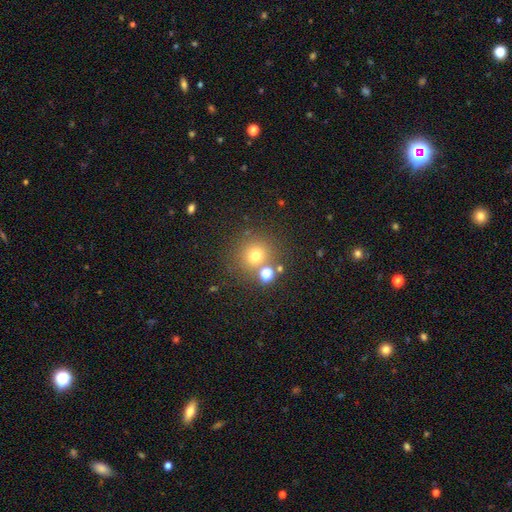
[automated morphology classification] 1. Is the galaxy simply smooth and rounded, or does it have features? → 72% smooth, 18% star or artifact, 10% featured or disk.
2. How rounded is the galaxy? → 90% round, 9% in between, 1% cigar-shaped.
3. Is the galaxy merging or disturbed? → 72% none, 15% merger, 9% minor disturbance, 4% major disturbance.